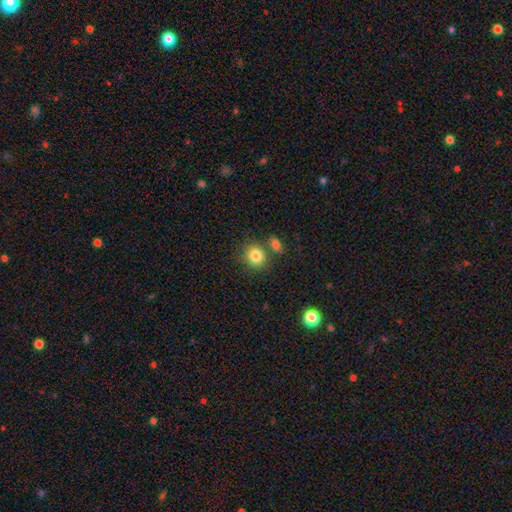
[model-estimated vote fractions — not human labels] A smooth galaxy with no disk features (83%) that is round (77%).

Vote fractions:
- Smooth or featured? smooth: 83% / star or artifact: 10% / featured or disk: 7%
- How rounded? round: 77% / in between: 22% / cigar-shaped: 1%
- Merging? none: 68% / merger: 18% / minor disturbance: 11% / major disturbance: 3%